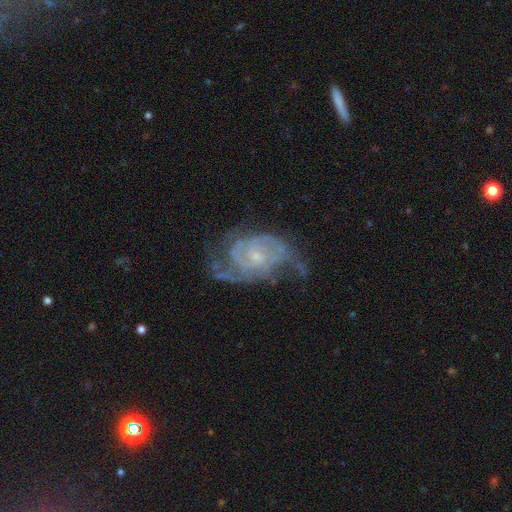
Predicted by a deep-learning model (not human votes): smooth_or_featured: featured or disk (p=0.88) [alt: star or artifact p=0.06]
disk_edge_on: no (p=0.97) [alt: yes p=0.03]
bar: no (p=0.56) [alt: weak p=0.38]
has_spiral_arms: yes (p=0.96) [alt: no p=0.04]
spiral_winding: tight (p=0.47) [alt: medium p=0.42]
spiral_arm_count: 2 (p=0.52) [alt: can't tell p=0.17]
bulge_size: small (p=0.72) [alt: moderate p=0.20]
merging: none (p=0.55) [alt: minor disturbance p=0.24]